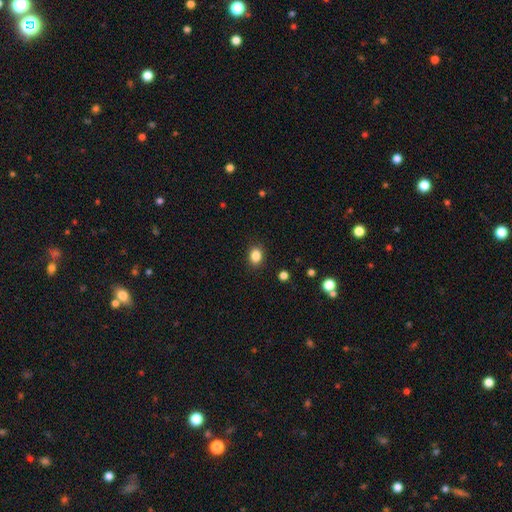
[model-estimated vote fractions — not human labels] This appears to be a smooth galaxy with no disk features (85%) that is in between round and cigar-shaped (55%). Merging: none (89%).